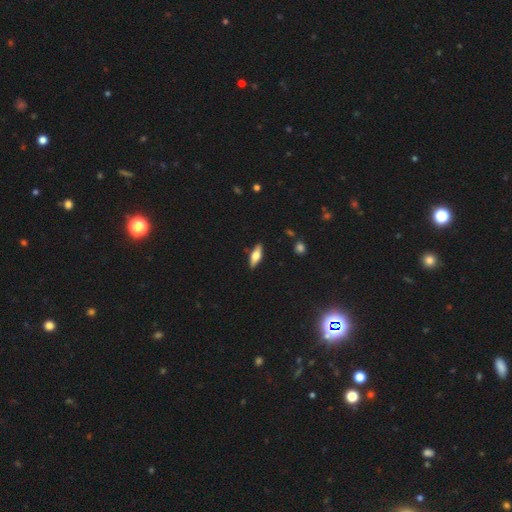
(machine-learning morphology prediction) A smooth galaxy with no disk features (47%). Merging: none (88%).